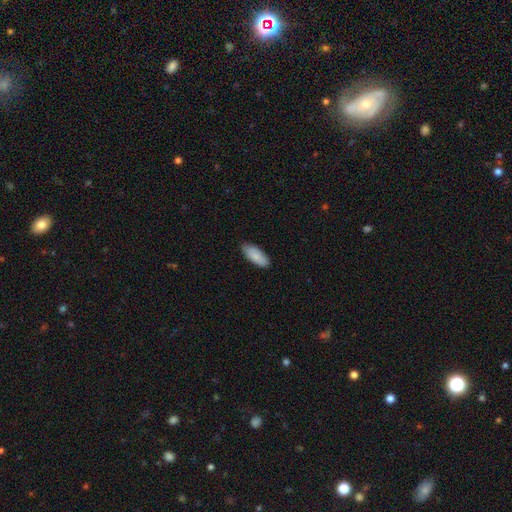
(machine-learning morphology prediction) A smooth galaxy with no disk features (85%) that is in between round and cigar-shaped (83%). Merging: none (84%).